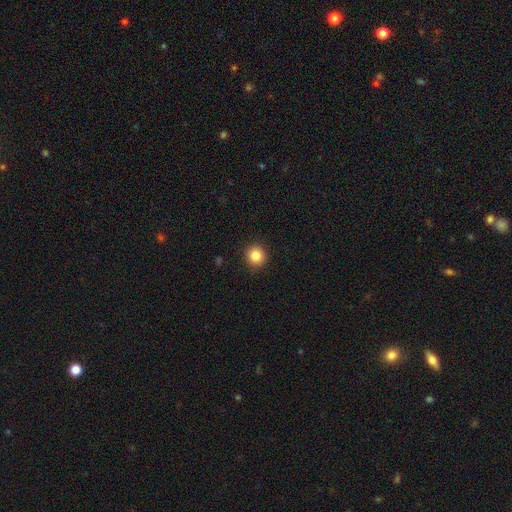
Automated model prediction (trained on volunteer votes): Smooth or featured: smooth — 85% (star or artifact — 10%)
How rounded: round — 93% (in between — 6%)
Merging: none — 91% (minor disturbance — 6%)